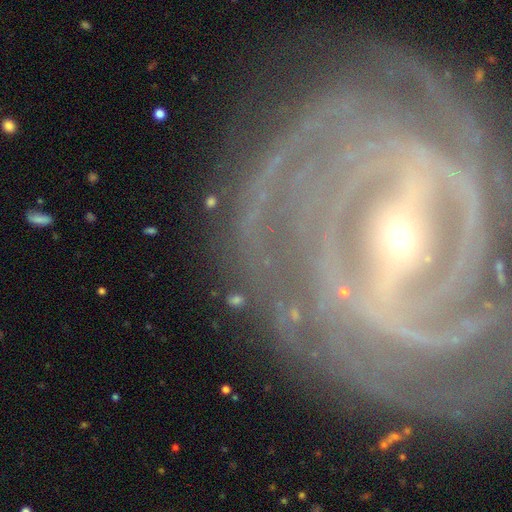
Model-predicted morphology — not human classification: A featured or disk galaxy (87%) with a strong bar (66%), tight (75%) spiral arms (94%) and a small central bulge (75%).

Vote fractions:
- Smooth or featured? featured or disk: 87% / star or artifact: 8% / smooth: 5%
- Edge-on disk? no: 94% / yes: 6%
- Bar? strong: 66% / weak: 21% / no: 13%
- Spiral arms? yes: 94% / no: 6%
- Spiral winding? tight: 75% / medium: 20% / loose: 5%
- Spiral arm count? can't tell: 25% / 2: 20% / 3: 17% / 4: 17% / more than 4: 13% / 1: 9%
- Bulge size? small: 75% / moderate: 20% / large: 2% / dominant: 1% / none: 1%
- Merging? none: 77% / minor disturbance: 14% / major disturbance: 7% / merger: 2%